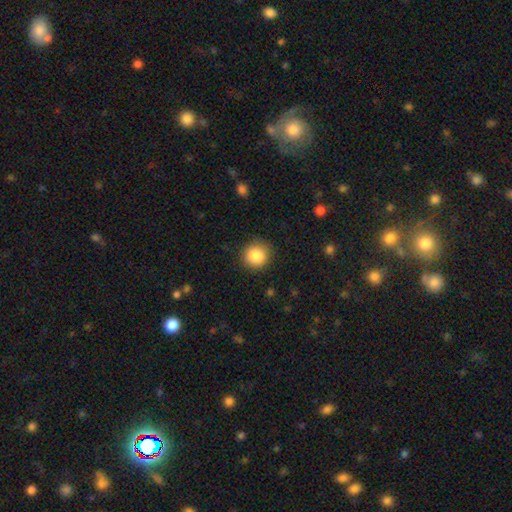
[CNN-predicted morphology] smooth-or-featured: smooth: 86% | star or artifact: 9% | featured or disk: 5%
  how-rounded: round: 92% | in between: 7% | cigar-shaped: 1%
  merging: none: 87% | minor disturbance: 10% | major disturbance: 3% | merger: 1%